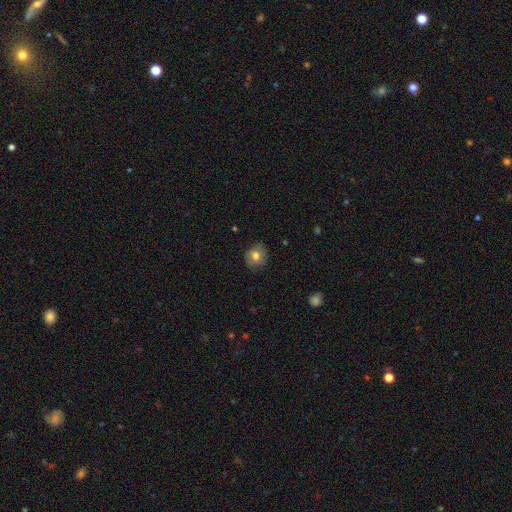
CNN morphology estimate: Q: Smooth or featured?
A: smooth (73%); runner-up: featured or disk (17%)
Q: How rounded?
A: round (78%); runner-up: in between (21%)
Q: Merging?
A: none (83%); runner-up: minor disturbance (13%)